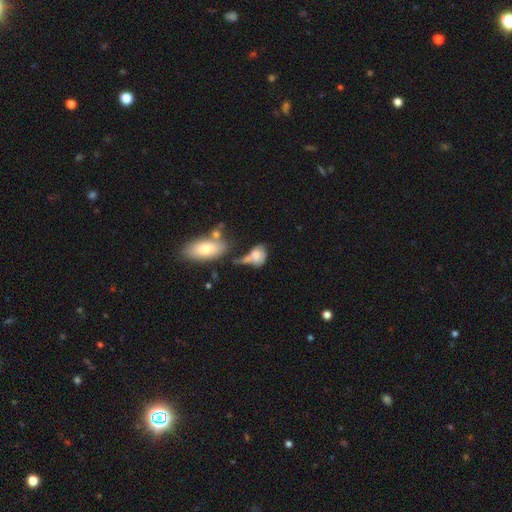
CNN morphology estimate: smooth_or_featured: smooth (p=0.65) [alt: featured or disk p=0.26]
how_rounded: in between (p=0.72) [alt: round p=0.26]
merging: merger (p=0.35) [alt: major disturbance p=0.24]